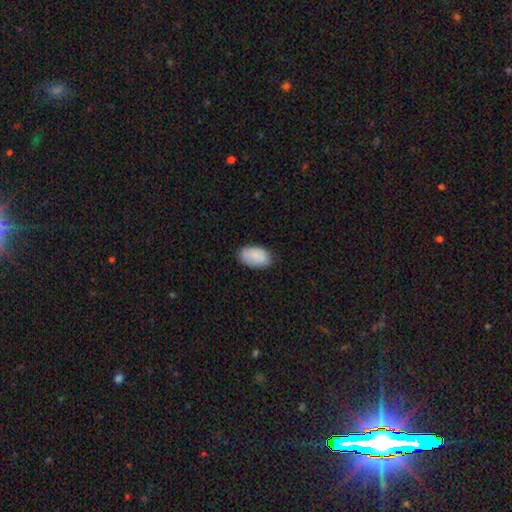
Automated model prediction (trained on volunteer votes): smooth 86%, featured or disk 7%, star or artifact 6%. Down the decision tree: how rounded — in between (94%); merging — none (78%).